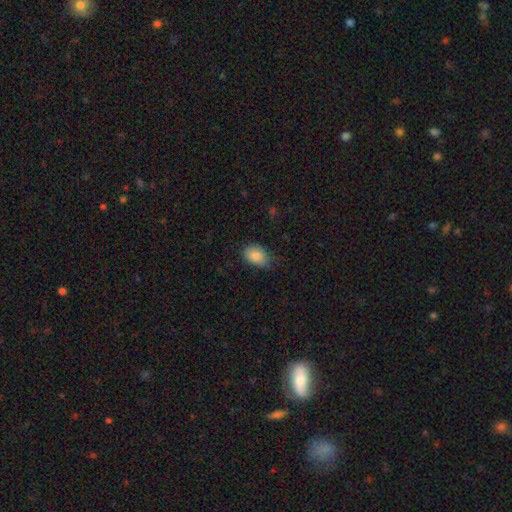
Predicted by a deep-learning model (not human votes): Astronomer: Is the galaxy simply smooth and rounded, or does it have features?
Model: smooth — 86%.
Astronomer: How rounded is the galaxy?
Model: in between — 82%.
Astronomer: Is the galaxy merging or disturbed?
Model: none — 64%.